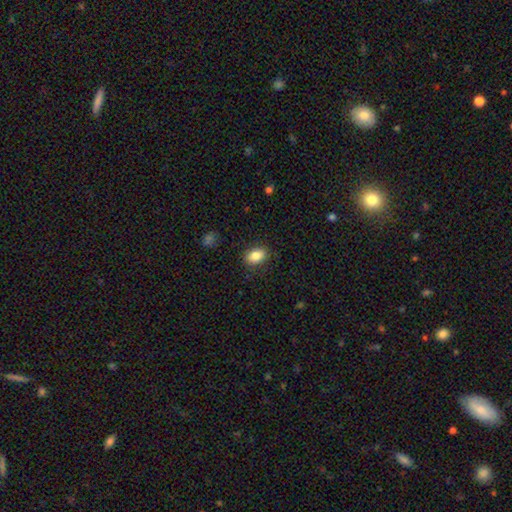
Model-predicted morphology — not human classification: Smooth or featured?
  - smooth: 85% *
  - star or artifact: 8%
  - featured or disk: 7%
How rounded?
  - in between: 84% *
  - round: 15%
  - cigar-shaped: 1%
Merging?
  - none: 86% *
  - minor disturbance: 10%
  - major disturbance: 3%
  - merger: 1%